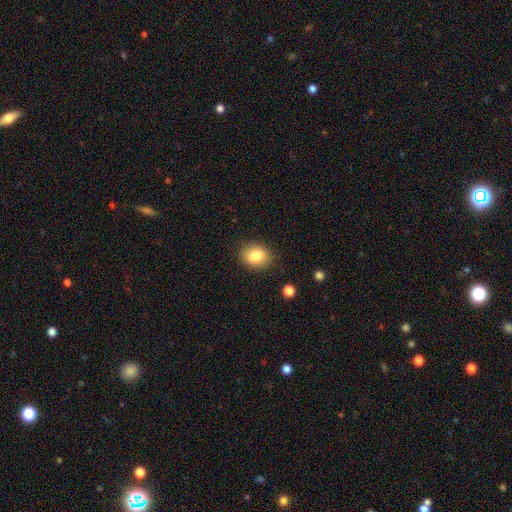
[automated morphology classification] Smooth or featured? smooth (82%)
How rounded? in between (50%)
Merging? none (86%)